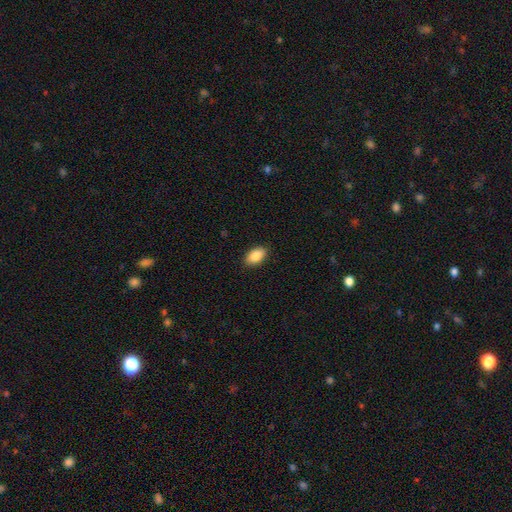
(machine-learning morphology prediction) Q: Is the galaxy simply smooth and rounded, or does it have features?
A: smooth — 87%.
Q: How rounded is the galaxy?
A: in between — 93%.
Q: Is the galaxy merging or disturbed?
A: none — 89%.